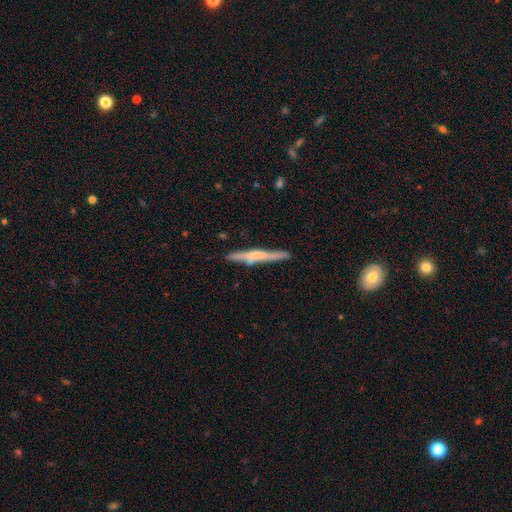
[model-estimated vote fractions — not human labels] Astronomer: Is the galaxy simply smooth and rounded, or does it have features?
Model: featured or disk — 60%.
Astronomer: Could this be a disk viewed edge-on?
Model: yes — 96%.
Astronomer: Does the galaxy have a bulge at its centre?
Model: rounded — 48% (runner-up: none, 33%).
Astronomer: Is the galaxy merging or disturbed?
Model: none — 84%.